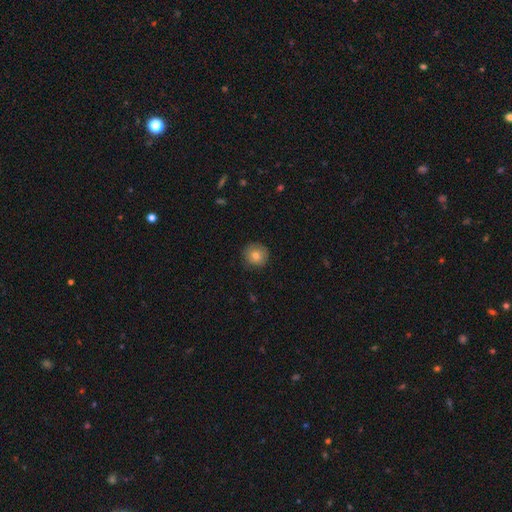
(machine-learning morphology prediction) The model was most divided on "smooth or featured": smooth: 76%, featured or disk: 15%, star or artifact: 9%. More confident: how rounded — round (94%); merging — none (85%).